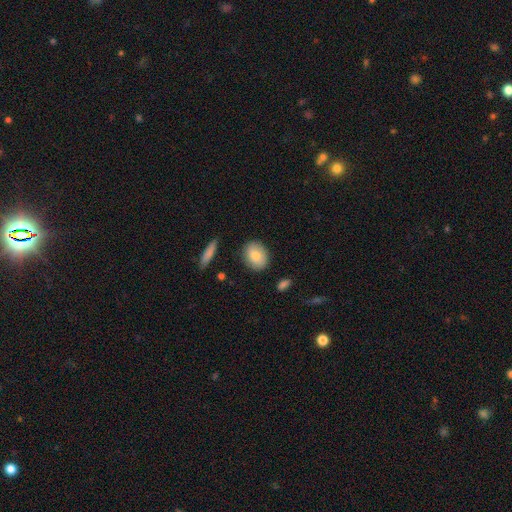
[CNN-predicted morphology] type=smooth (80%); roundness=in between (66%); merging=none (84%).